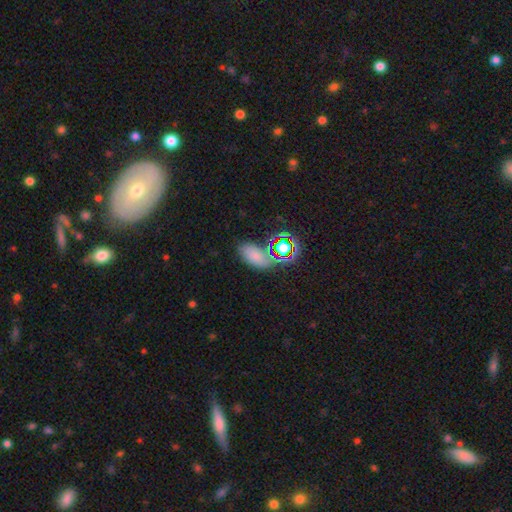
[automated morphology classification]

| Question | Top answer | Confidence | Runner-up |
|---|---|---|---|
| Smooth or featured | smooth | 60% | star or artifact (26%) |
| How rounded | in between | 89% | round (8%) |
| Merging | none | 59% | minor disturbance (19%) |